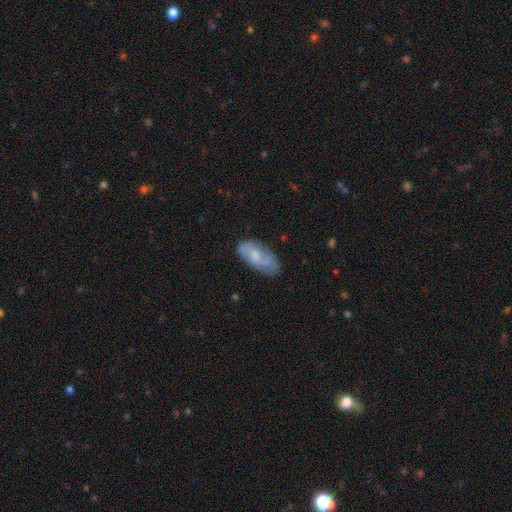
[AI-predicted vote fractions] smooth_or_featured: smooth (p=0.47) [alt: featured or disk p=0.46]
merging: none (p=0.67) [alt: minor disturbance p=0.23]